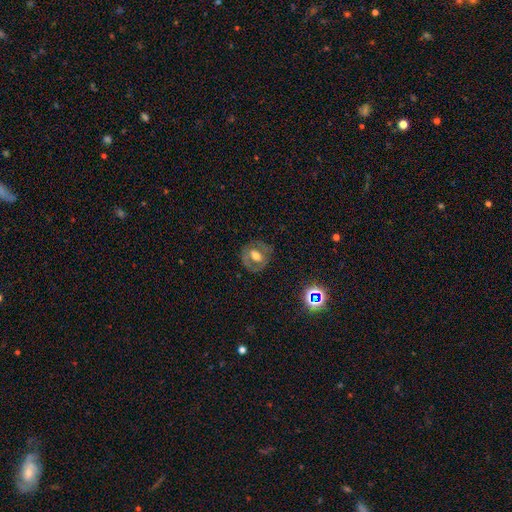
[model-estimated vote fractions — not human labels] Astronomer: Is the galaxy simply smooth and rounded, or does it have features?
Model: featured or disk — 51% (runner-up: smooth, 38%).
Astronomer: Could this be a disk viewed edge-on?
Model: no — 94%.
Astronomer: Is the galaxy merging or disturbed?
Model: none — 77%.